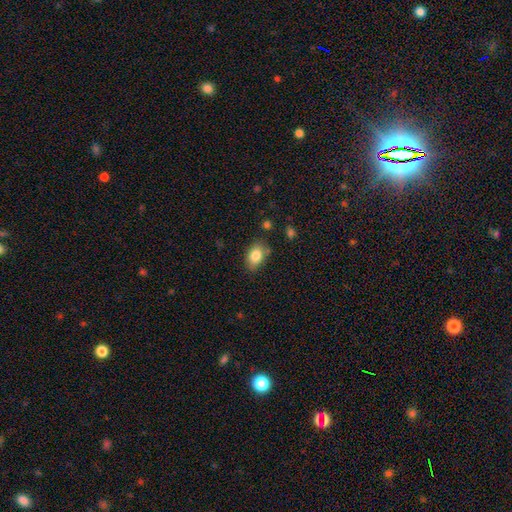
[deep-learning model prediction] smooth_or_featured: smooth (p=0.84) [alt: featured or disk p=0.08]
how_rounded: in between (p=0.86) [alt: round p=0.13]
merging: none (p=0.78) [alt: minor disturbance p=0.16]